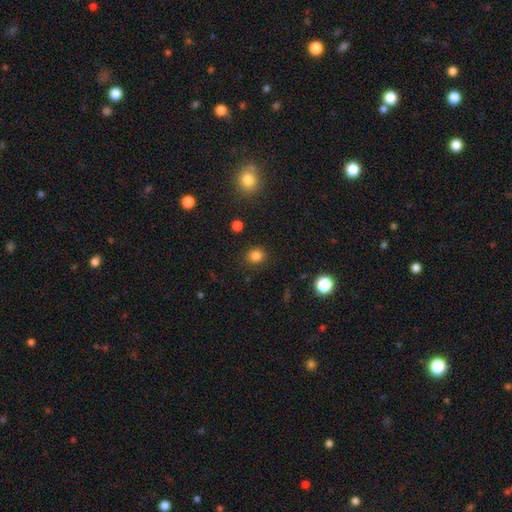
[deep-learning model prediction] smooth 83%, star or artifact 13%, featured or disk 4%. Down the decision tree: how rounded — round (76%); merging — none (87%).